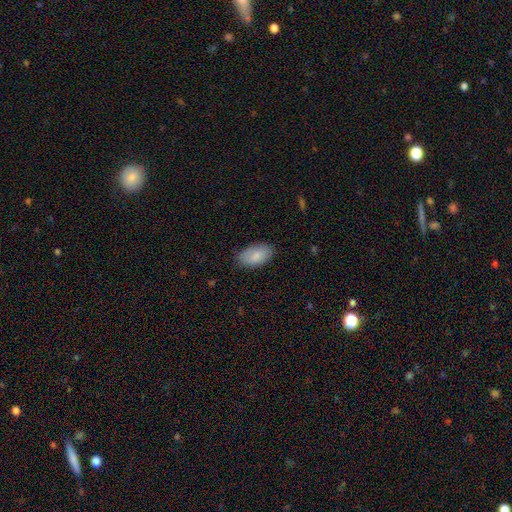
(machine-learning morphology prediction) Smooth or featured? smooth (85%)
How rounded? in between (95%)
Merging? none (80%)